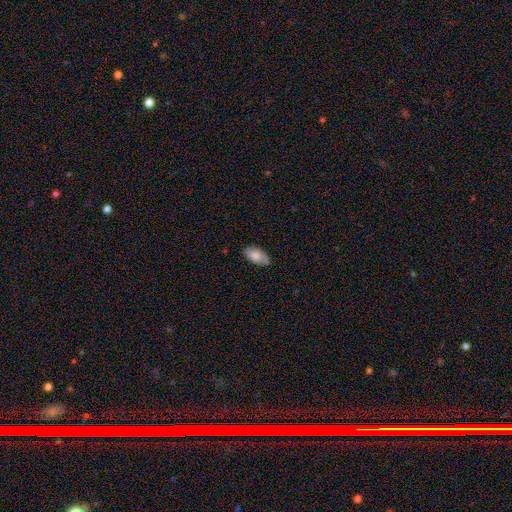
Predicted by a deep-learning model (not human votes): This appears to be a smooth galaxy with no disk features (79%) that is in between round and cigar-shaped (93%). Merging: none (75%).